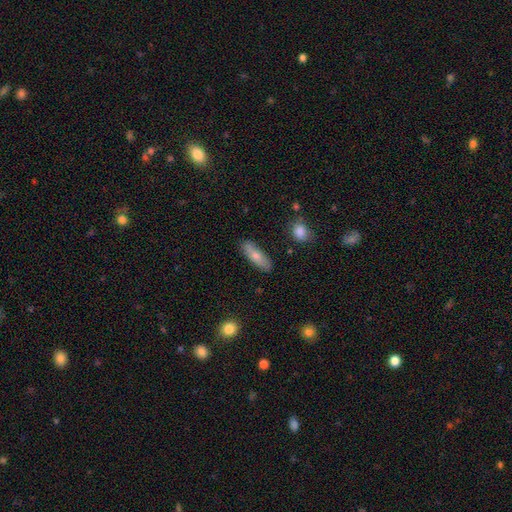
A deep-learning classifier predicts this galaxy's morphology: Q: Smooth or featured?
A: smooth (69%); runner-up: featured or disk (24%)
Q: How rounded?
A: in between (52%); runner-up: cigar-shaped (45%)
Q: Merging?
A: none (82%); runner-up: minor disturbance (13%)